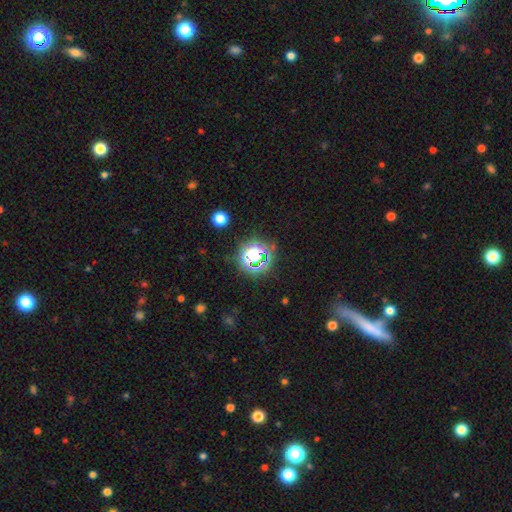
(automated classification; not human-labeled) Morphology: type=star or artifact (62%).